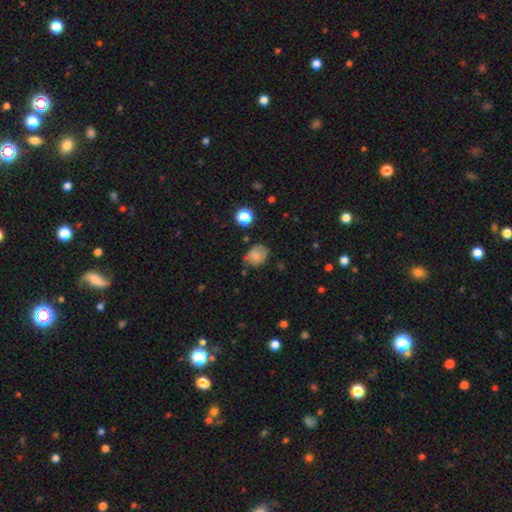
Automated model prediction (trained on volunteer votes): smooth_or_featured: smooth (p=0.74) [alt: featured or disk p=0.15]
how_rounded: round (p=0.54) [alt: in between p=0.45]
merging: none (p=0.57) [alt: minor disturbance p=0.31]